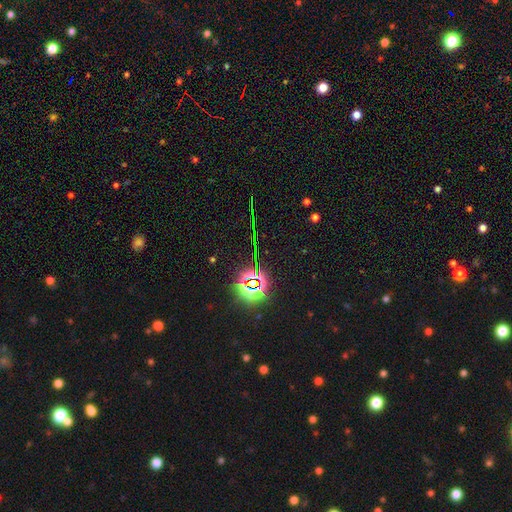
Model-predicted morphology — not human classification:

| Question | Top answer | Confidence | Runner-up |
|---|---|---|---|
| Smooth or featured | star or artifact | 81% | smooth (10%) |